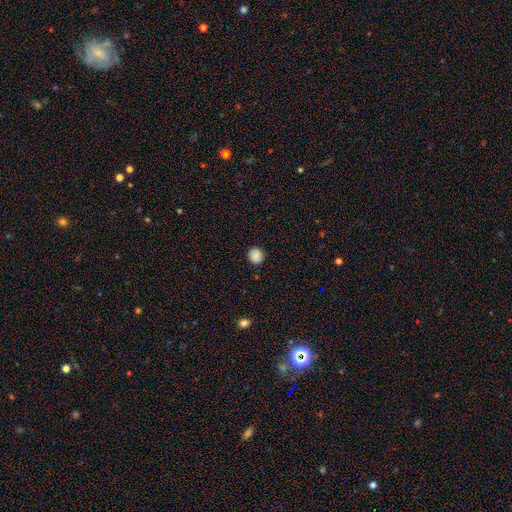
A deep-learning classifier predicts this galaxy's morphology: smooth 87%, star or artifact 9%, featured or disk 3%. Down the decision tree: how rounded — round (82%); merging — none (89%).